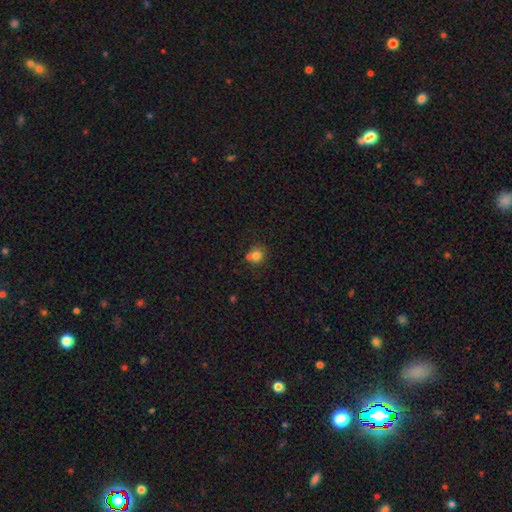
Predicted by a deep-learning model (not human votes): Q: Smooth or featured?
A: smooth (79%); runner-up: star or artifact (12%)
Q: How rounded?
A: round (84%); runner-up: in between (15%)
Q: Merging?
A: none (64%); runner-up: merger (19%)